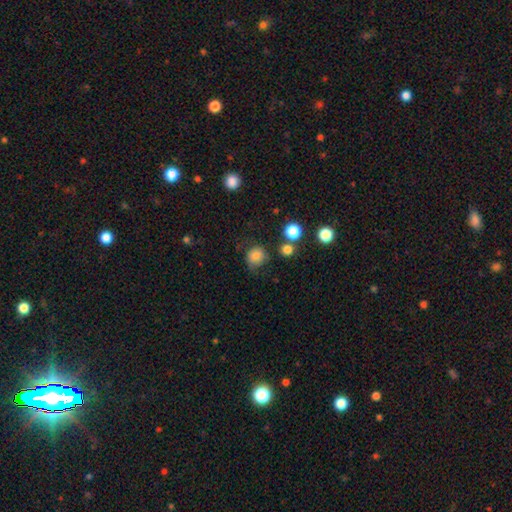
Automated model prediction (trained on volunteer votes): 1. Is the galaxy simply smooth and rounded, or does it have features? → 81% smooth, 12% star or artifact, 8% featured or disk.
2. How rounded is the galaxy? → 85% round, 14% in between, 1% cigar-shaped.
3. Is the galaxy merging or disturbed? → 65% none, 22% minor disturbance, 9% major disturbance, 5% merger.